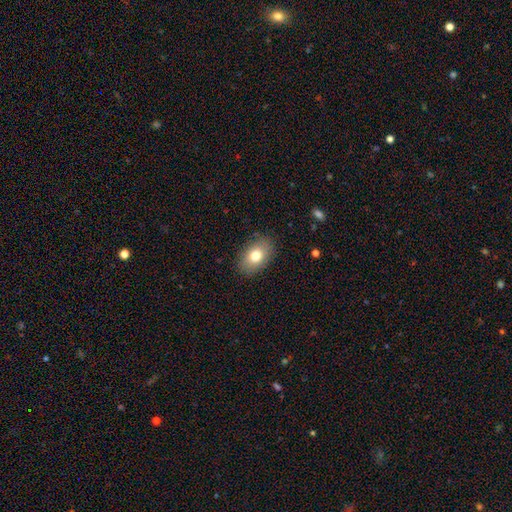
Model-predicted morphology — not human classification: This appears to be a smooth galaxy with no disk features (77%) that is in between round and cigar-shaped (88%). Merging: none (87%).